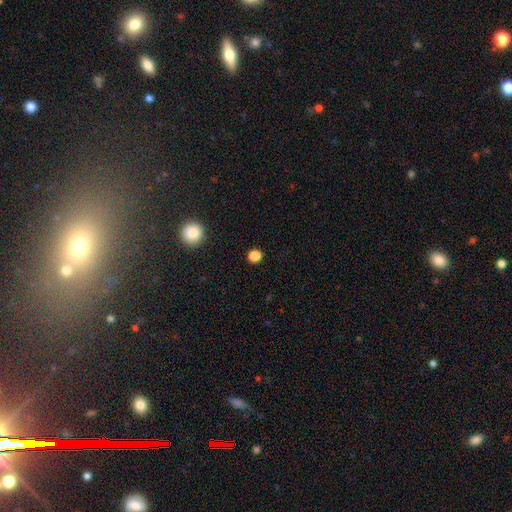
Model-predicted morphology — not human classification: This appears to be a smooth galaxy with no disk features (83%) that is round (85%). Merging: none (90%).